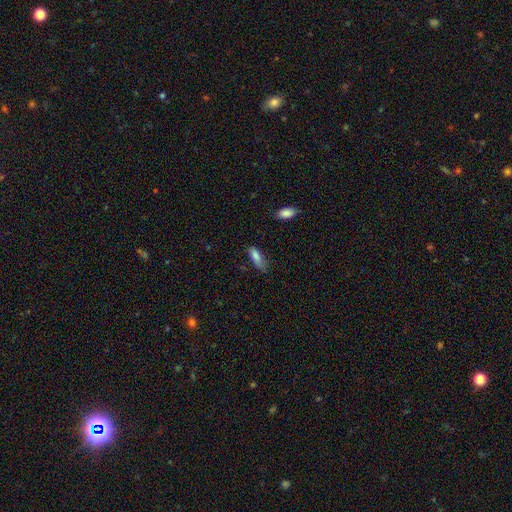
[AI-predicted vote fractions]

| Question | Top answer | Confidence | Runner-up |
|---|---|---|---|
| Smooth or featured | smooth | 81% | featured or disk (11%) |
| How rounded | in between | 62% | cigar-shaped (36%) |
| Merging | none | 50% | minor disturbance (35%) |